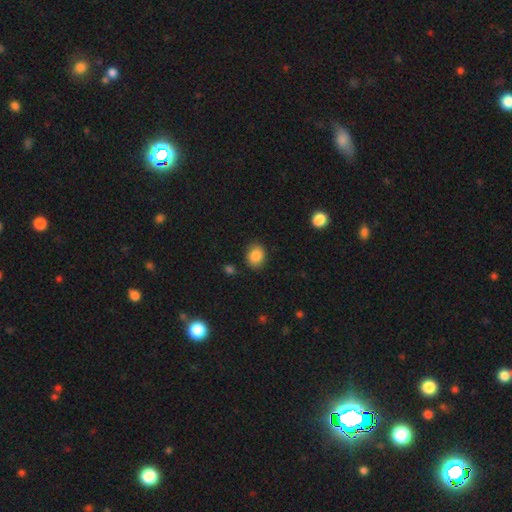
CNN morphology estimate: The model was most divided on "how rounded": round: 51%, in between: 48%, cigar-shaped: 1%. More confident: smooth or featured — smooth (87%); merging — none (82%).